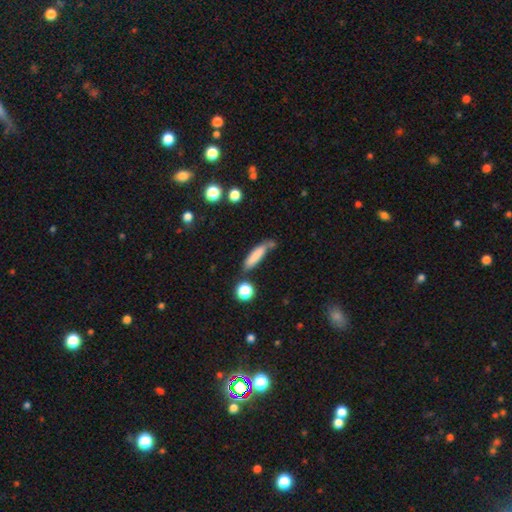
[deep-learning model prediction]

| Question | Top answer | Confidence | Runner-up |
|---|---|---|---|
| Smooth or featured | smooth | 77% | featured or disk (14%) |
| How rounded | cigar-shaped | 73% | in between (25%) |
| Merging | none | 56% | minor disturbance (22%) |